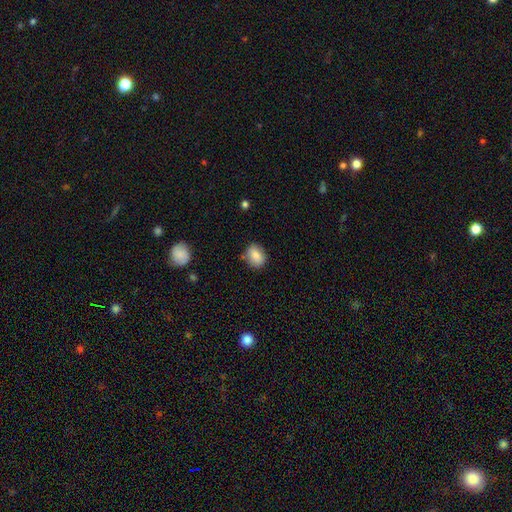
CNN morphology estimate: Overall: smooth (83%). How rounded: in between (56%; round 42%). Merging: none (80%).